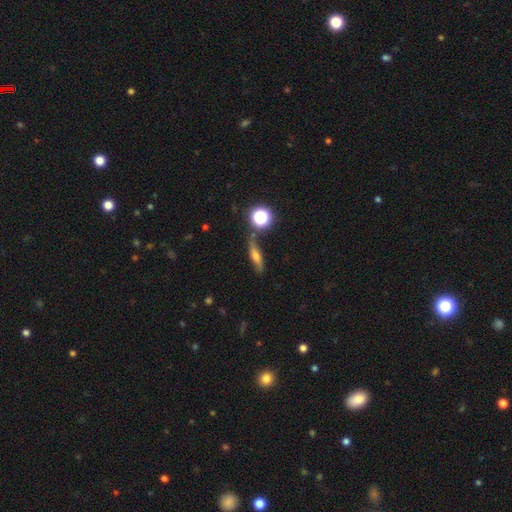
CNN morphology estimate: smooth 46%, featured or disk 39%, star or artifact 15%. Down the decision tree: merging — none (72%).